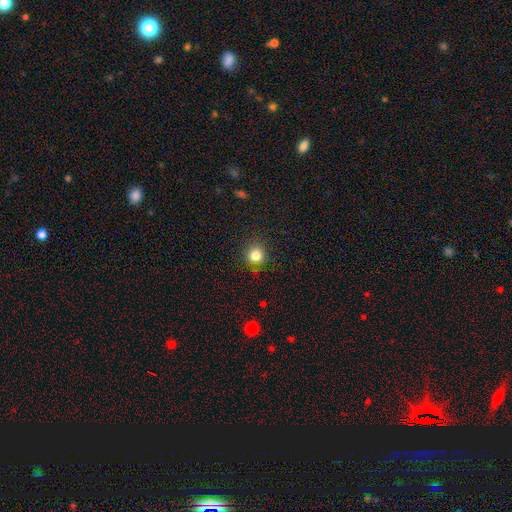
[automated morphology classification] Smooth or featured? smooth (82%)
How rounded? round (90%)
Merging? none (85%)